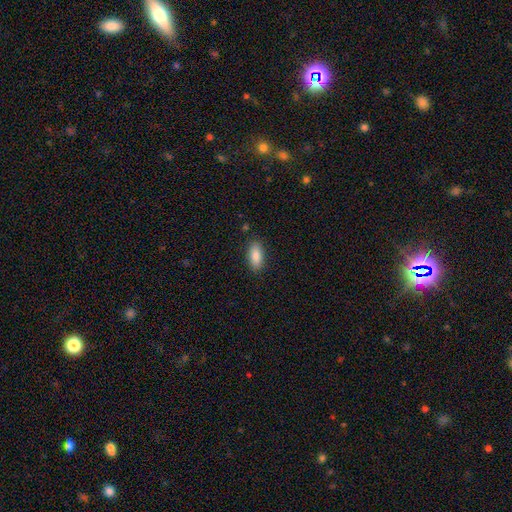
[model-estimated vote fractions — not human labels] smooth 88%, star or artifact 7%, featured or disk 6%. Down the decision tree: how rounded — in between (86%); merging — none (87%).